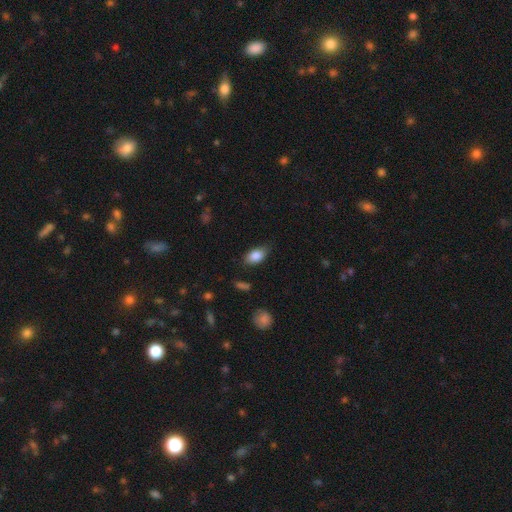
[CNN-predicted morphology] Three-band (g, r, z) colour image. It shows a smooth galaxy with no disk features (86%) that is in between round and cigar-shaped (90%). Merging: none (76%).